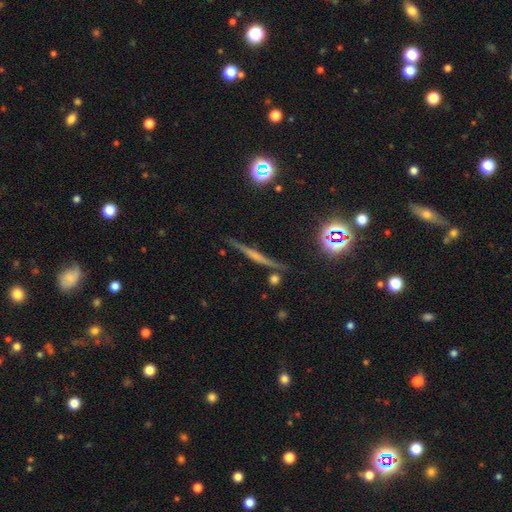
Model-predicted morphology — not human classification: A featured or disk galaxy (56%) viewed edge-on (95%) with no central bulge (47%).

Vote fractions:
- Smooth or featured? featured or disk: 56% / smooth: 26% / star or artifact: 18%
- Edge-on disk? yes: 95% / no: 5%
- Edge-on bulge? none: 47% / rounded: 33% / boxy: 19%
- Merging? none: 84% / minor disturbance: 10% / merger: 3% / major disturbance: 3%